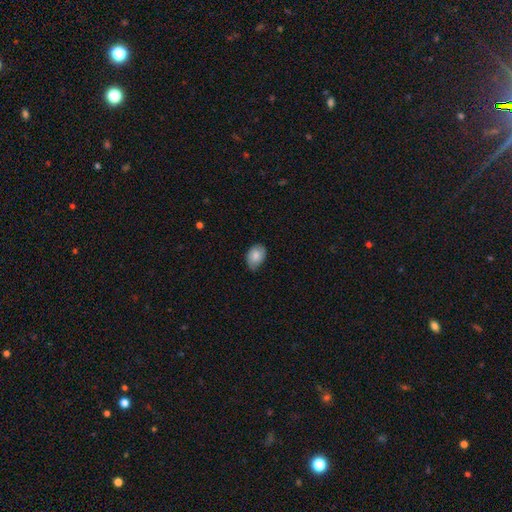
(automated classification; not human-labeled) This appears to be a smooth galaxy with no disk features (69%) that is in between round and cigar-shaped (77%). Merging: none (66%).